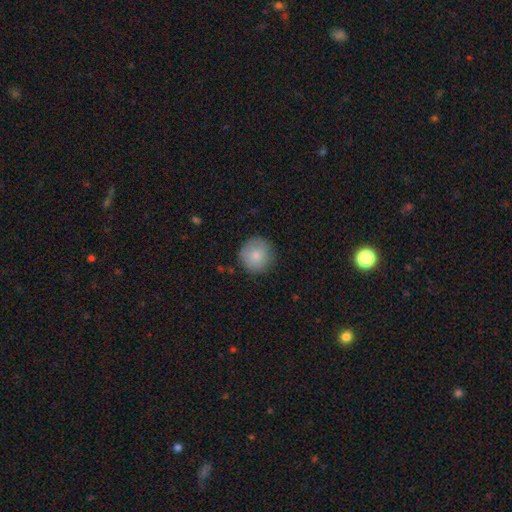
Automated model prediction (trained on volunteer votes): The model was most divided on "smooth or featured": smooth: 83%, featured or disk: 10%, star or artifact: 8%. More confident: how rounded — round (95%); merging — none (85%).